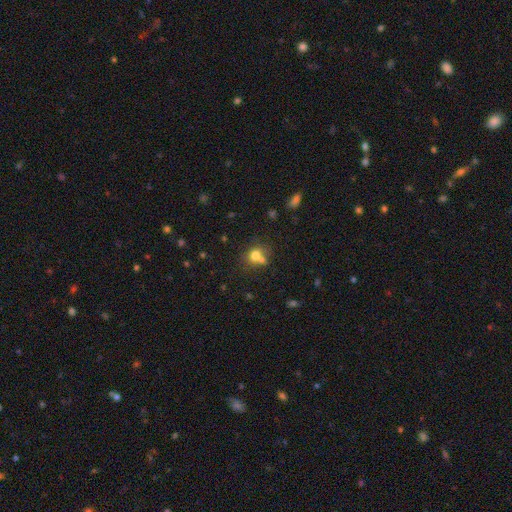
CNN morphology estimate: Q: Smooth or featured?
A: smooth (72%); runner-up: star or artifact (14%)
Q: How rounded?
A: round (70%); runner-up: in between (29%)
Q: Merging?
A: none (46%); runner-up: merger (38%)